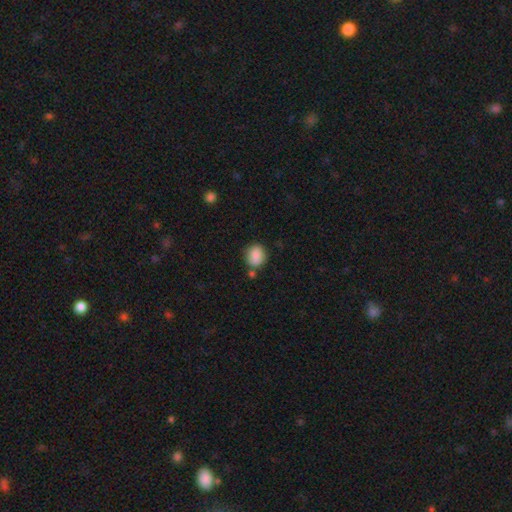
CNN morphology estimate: Q: Smooth or featured?
A: smooth (87%); runner-up: star or artifact (8%)
Q: How rounded?
A: round (63%); runner-up: in between (36%)
Q: Merging?
A: none (73%); runner-up: minor disturbance (15%)